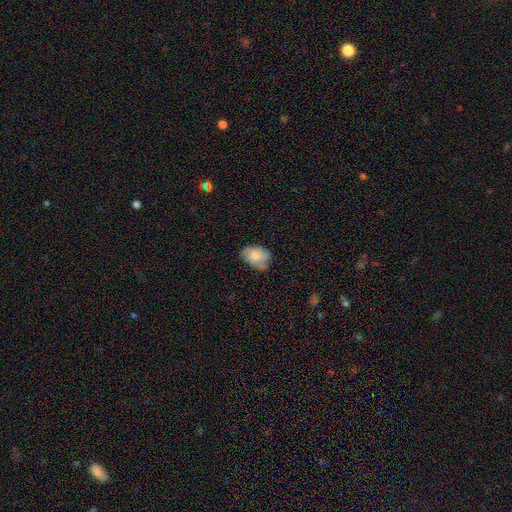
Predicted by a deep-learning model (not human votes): smooth_or_featured: smooth (p=0.69) [alt: featured or disk p=0.23]
how_rounded: in between (p=0.83) [alt: round p=0.16]
merging: none (p=0.57) [alt: minor disturbance p=0.32]